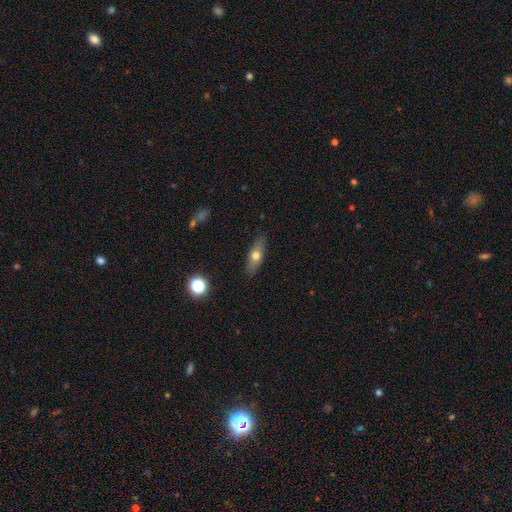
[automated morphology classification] smooth 59%, featured or disk 33%, star or artifact 8%. Down the decision tree: how rounded — in between (55%); merging — none (86%).